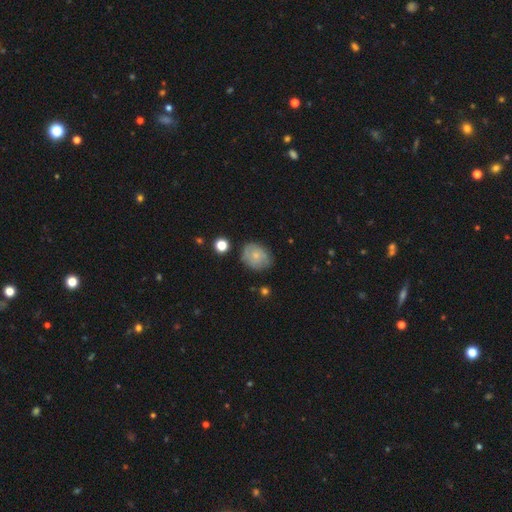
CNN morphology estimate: This is possibly a smooth galaxy (51%). How rounded: possibly round (60%). Merging: likely none (70%).